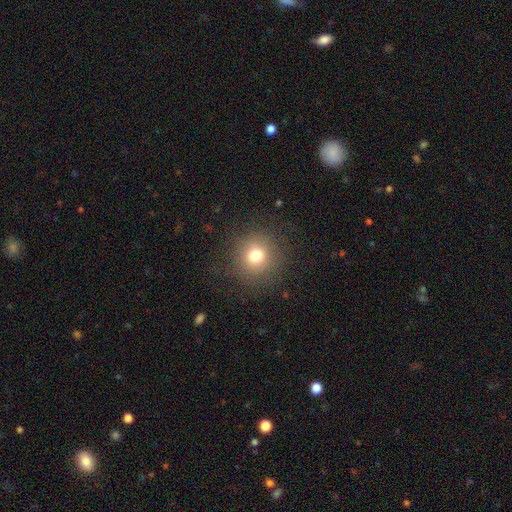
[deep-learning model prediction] smooth 76%, star or artifact 15%, featured or disk 10%. Down the decision tree: how rounded — round (93%); merging — none (86%).